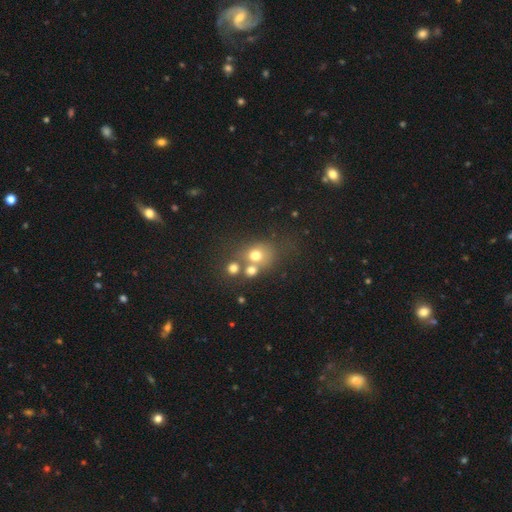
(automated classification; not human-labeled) This appears to be a smooth galaxy with no disk features (66%) that is round (71%). Merging: none (46%).